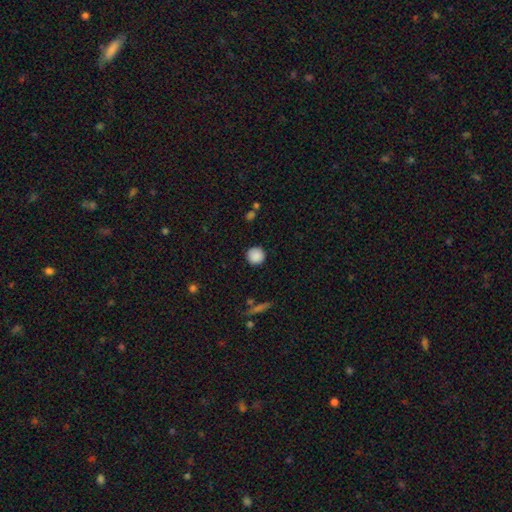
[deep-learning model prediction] smooth_or_featured: smooth (p=0.88) [alt: star or artifact p=0.09]
how_rounded: round (p=0.95) [alt: in between p=0.04]
merging: none (p=0.90) [alt: minor disturbance p=0.07]